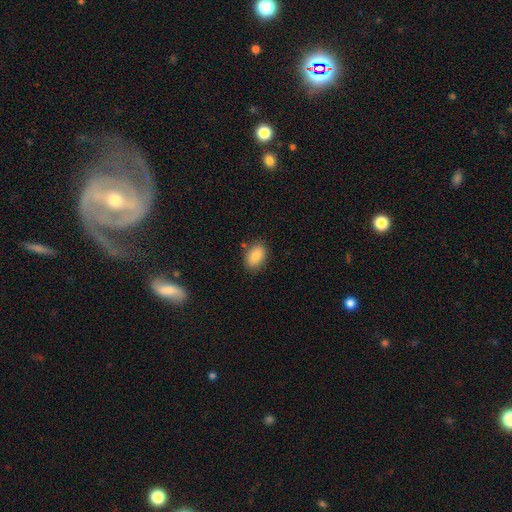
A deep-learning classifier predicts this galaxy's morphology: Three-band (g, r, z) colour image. It shows a smooth galaxy with no disk features (84%) that is in between round and cigar-shaped (86%). Merging: none (83%).